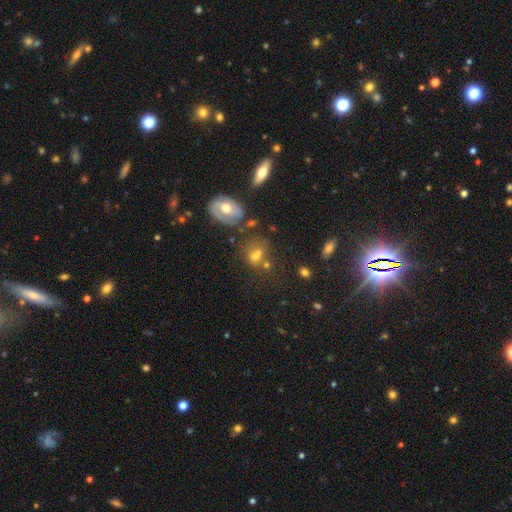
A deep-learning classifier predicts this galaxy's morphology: smooth_or_featured: smooth (p=0.57) [alt: featured or disk p=0.27]
how_rounded: in between (p=0.50) [alt: round p=0.48]
merging: none (p=0.43) [alt: merger p=0.27]